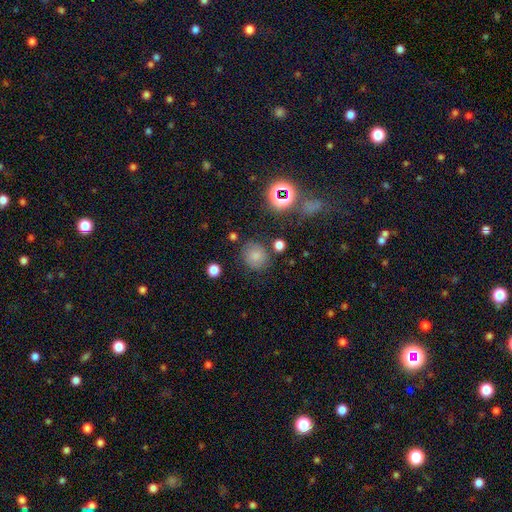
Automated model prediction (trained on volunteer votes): Smooth or featured? smooth (77%)
How rounded? round (79%)
Merging? none (80%)